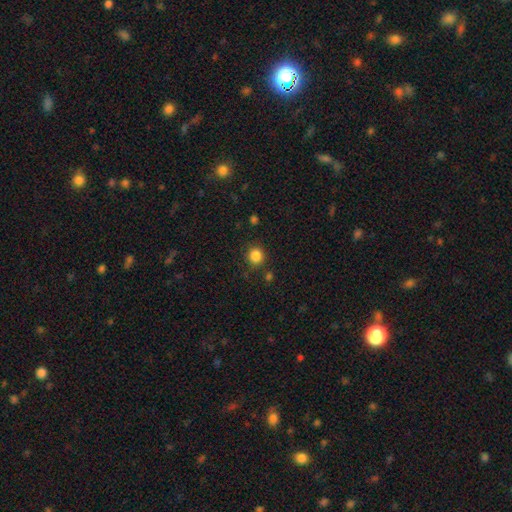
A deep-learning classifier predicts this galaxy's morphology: type=smooth (85%); roundness=round (90%); merging=none (85%).